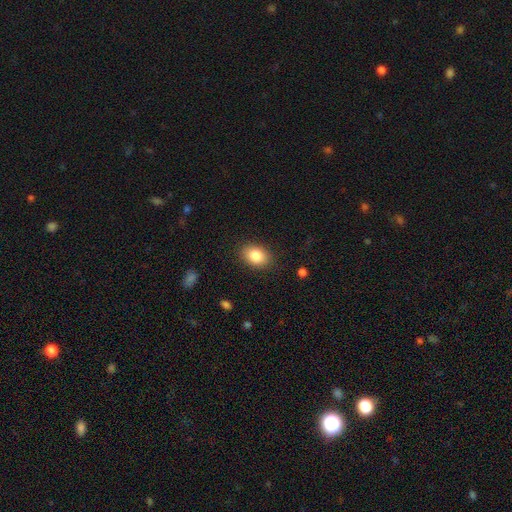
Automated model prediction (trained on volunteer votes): This is clearly a smooth galaxy (85%). How rounded: likely in between (76%). Merging: clearly none (87%).